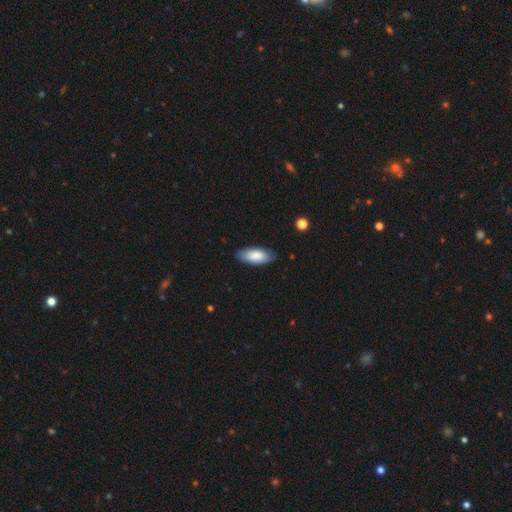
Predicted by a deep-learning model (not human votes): A smooth galaxy with no disk features (83%) that is in between round and cigar-shaped (86%).

Vote fractions:
- Smooth or featured? smooth: 83% / featured or disk: 11% / star or artifact: 5%
- How rounded? in between: 86% / cigar-shaped: 13% / round: 2%
- Merging? none: 84% / minor disturbance: 13% / major disturbance: 2% / merger: 1%